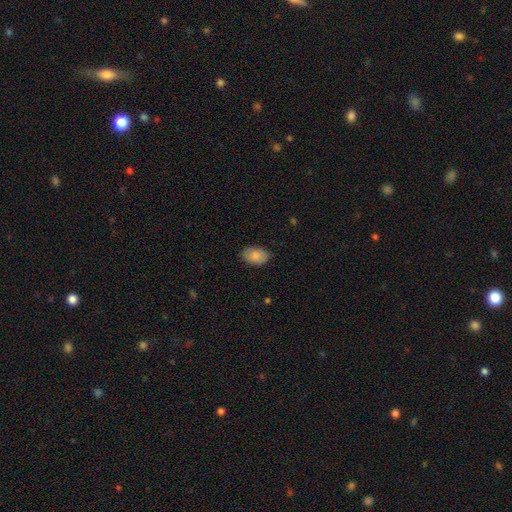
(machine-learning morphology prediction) Smooth or featured? smooth (86%)
How rounded? in between (89%)
Merging? none (85%)